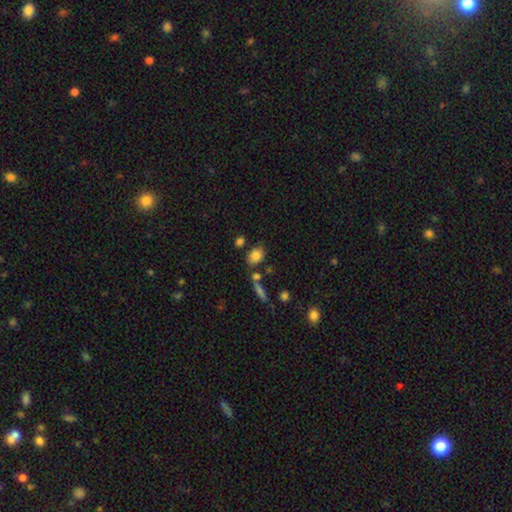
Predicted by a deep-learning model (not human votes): Smooth or featured?
  - smooth: 82% *
  - star or artifact: 9%
  - featured or disk: 8%
How rounded?
  - in between: 73% *
  - round: 25%
  - cigar-shaped: 2%
Merging?
  - none: 71% *
  - minor disturbance: 13%
  - merger: 12%
  - major disturbance: 4%